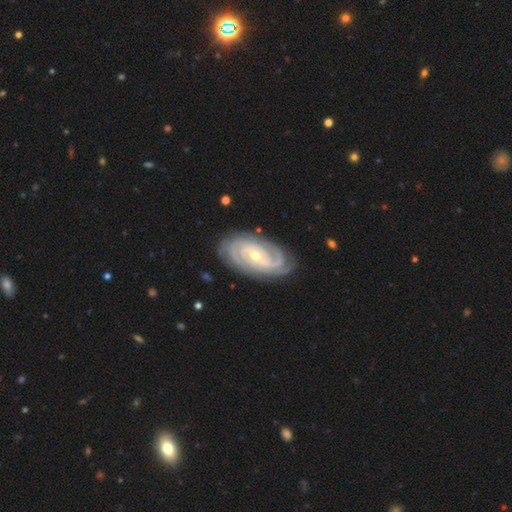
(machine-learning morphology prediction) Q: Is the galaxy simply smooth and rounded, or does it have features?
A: featured or disk — 91%.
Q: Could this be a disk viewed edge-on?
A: no — 96%.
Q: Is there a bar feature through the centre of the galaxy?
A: weak — 40%.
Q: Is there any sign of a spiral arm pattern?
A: yes — 98%.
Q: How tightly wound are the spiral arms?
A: tight — 77%.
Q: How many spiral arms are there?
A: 2 — 29%.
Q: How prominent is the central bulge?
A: small — 53%.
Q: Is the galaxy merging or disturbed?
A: none — 82%.